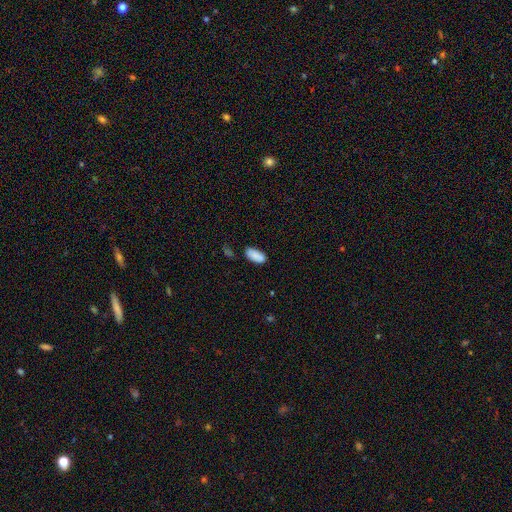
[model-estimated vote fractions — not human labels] A smooth galaxy with no disk features (87%) that is in between round and cigar-shaped (90%). Merging: none (76%).